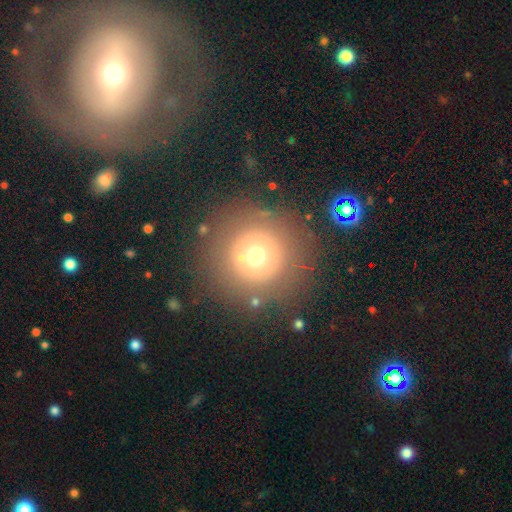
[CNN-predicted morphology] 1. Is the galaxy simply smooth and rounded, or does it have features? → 64% smooth, 19% star or artifact, 17% featured or disk.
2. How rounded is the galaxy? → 96% round, 3% in between, 1% cigar-shaped.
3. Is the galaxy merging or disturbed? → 80% none, 9% minor disturbance, 6% major disturbance, 5% merger.